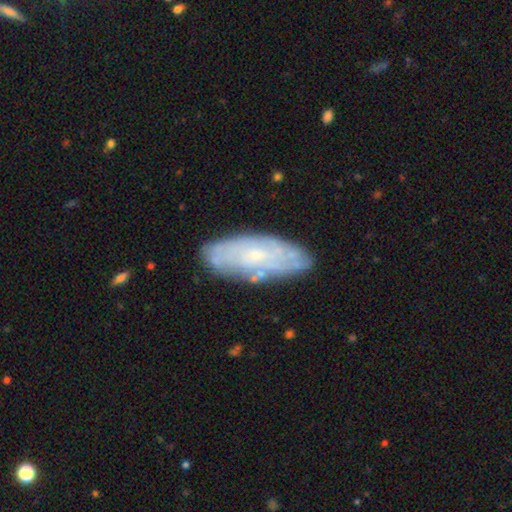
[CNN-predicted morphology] This is possibly a featured or disk galaxy (58%). It is clearly not viewed edge-on (85%). Merging: likely none (79%).